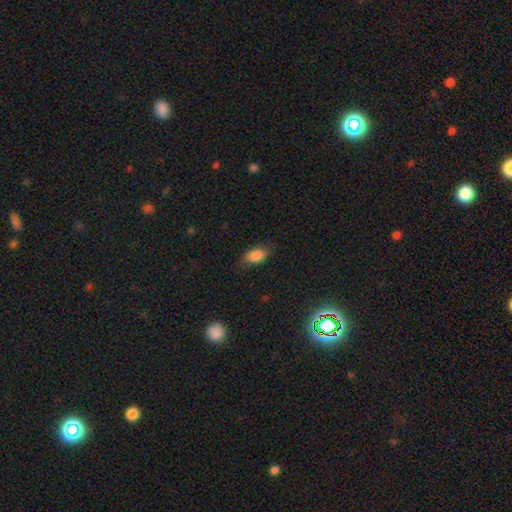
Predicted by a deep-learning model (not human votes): Q: Smooth or featured?
A: smooth (82%); runner-up: featured or disk (9%)
Q: How rounded?
A: in between (88%); runner-up: round (8%)
Q: Merging?
A: none (70%); runner-up: minor disturbance (22%)